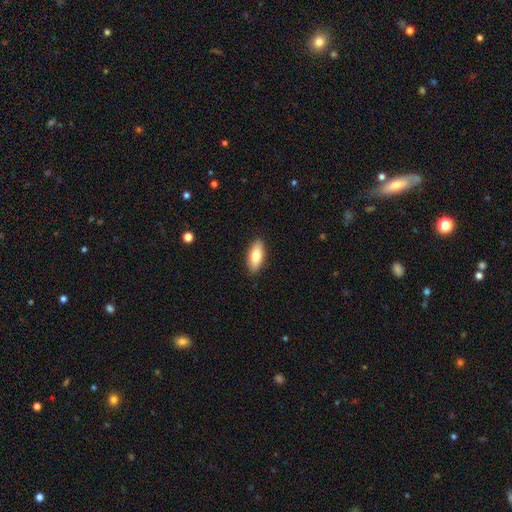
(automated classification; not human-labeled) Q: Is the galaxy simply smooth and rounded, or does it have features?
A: smooth — 76%.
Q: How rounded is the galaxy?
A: in between — 82%.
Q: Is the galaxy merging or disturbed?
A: none — 89%.